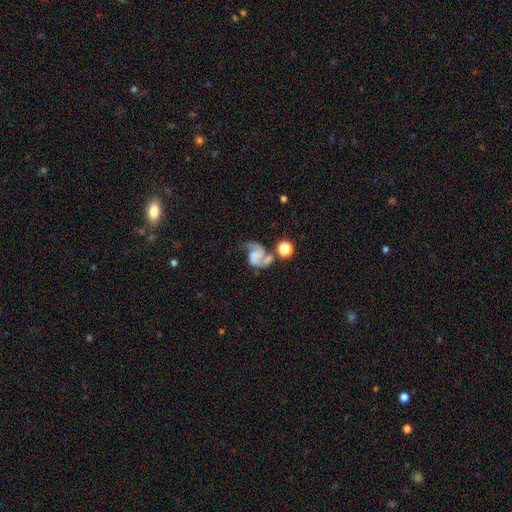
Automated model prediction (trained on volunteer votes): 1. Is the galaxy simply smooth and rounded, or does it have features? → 72% featured or disk, 19% smooth, 9% star or artifact.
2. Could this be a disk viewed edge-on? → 98% no, 2% yes.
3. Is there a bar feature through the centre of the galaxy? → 65% no, 28% weak, 7% strong.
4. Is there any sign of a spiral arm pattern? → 91% yes, 9% no.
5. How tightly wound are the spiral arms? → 44% medium, 40% loose, 16% tight.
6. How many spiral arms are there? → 81% 2, 10% 1, 5% can't tell, 2% 3, 1% 4, 1% more than 4.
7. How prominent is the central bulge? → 35% small (tied), 35% none (tied), 21% moderate, 6% large, 2% dominant.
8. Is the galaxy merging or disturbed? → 30% none, 28% merger, 23% major disturbance, 18% minor disturbance.